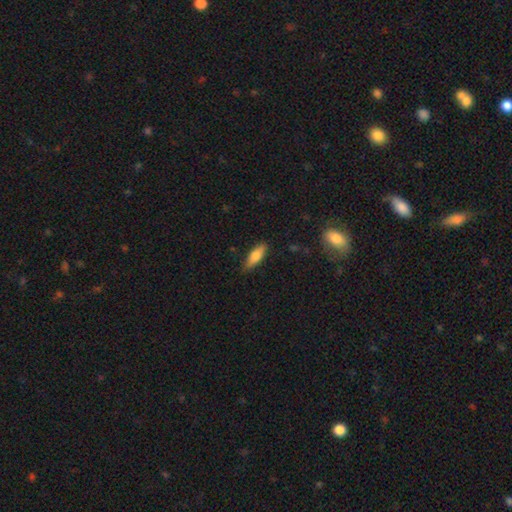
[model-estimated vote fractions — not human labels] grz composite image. It shows a smooth galaxy with no disk features (79%) that is in between round and cigar-shaped (59%). Merging: none (82%).